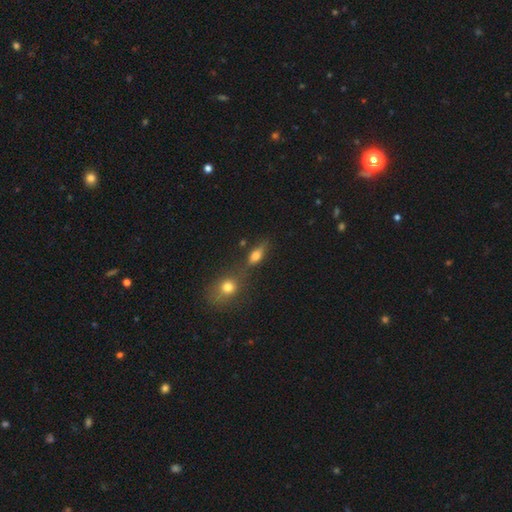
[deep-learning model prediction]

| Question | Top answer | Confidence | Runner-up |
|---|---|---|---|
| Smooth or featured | smooth | 67% | featured or disk (20%) |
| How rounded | in between | 69% | cigar-shaped (17%) |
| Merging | none | 54% | merger (25%) |